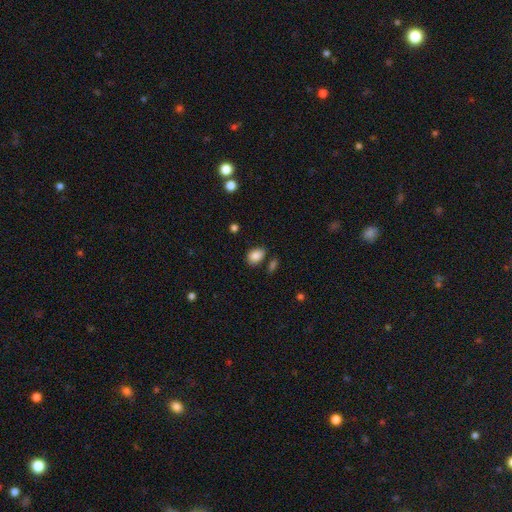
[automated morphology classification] type=smooth (87%); roundness=in between (74%); merging=none (73%).